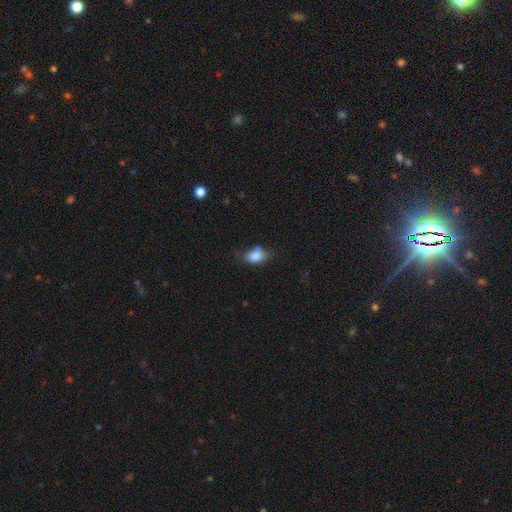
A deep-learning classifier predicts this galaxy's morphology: This appears to be a smooth galaxy with no disk features (84%) that is in between round and cigar-shaped (81%). Merging: none (61%).